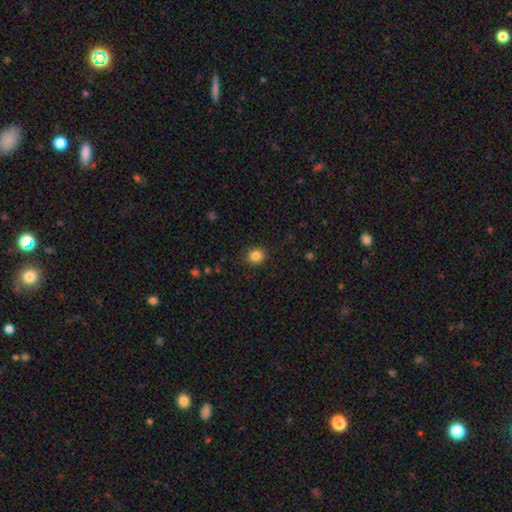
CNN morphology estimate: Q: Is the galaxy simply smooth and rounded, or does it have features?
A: smooth — 85%.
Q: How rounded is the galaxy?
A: round — 79%.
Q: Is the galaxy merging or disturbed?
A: none — 89%.